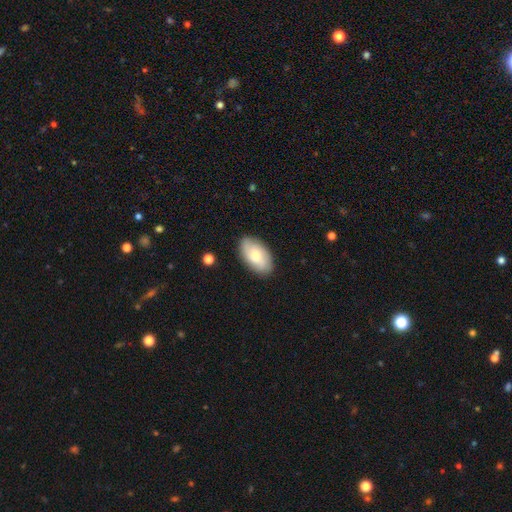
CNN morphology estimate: Q: Smooth or featured?
A: smooth (67%); runner-up: featured or disk (27%)
Q: How rounded?
A: in between (94%); runner-up: round (4%)
Q: Merging?
A: none (85%); runner-up: minor disturbance (11%)